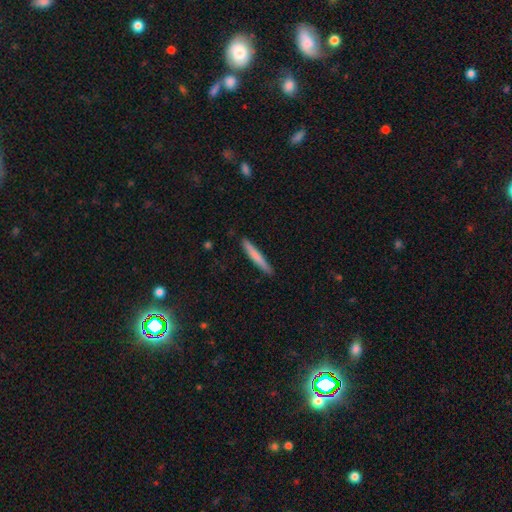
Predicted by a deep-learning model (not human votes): Smooth or featured: smooth — 73% (featured or disk — 22%)
How rounded: cigar-shaped — 96% (in between — 3%)
Merging: none — 90% (minor disturbance — 8%)